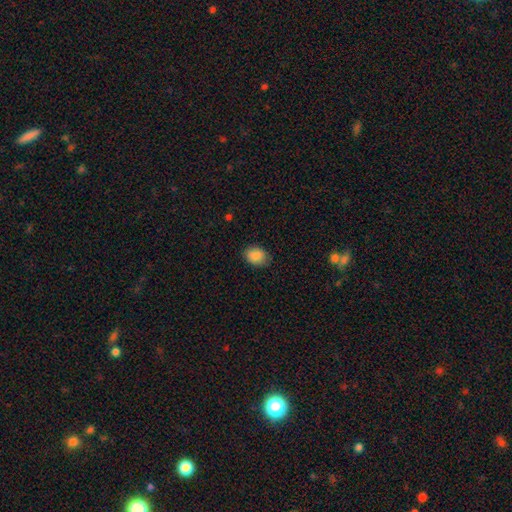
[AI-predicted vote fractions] A smooth galaxy with no disk features (87%) that is in between round and cigar-shaped (65%).

Vote fractions:
- Smooth or featured? smooth: 87% / star or artifact: 8% / featured or disk: 5%
- How rounded? in between: 65% / round: 34% / cigar-shaped: 1%
- Merging? none: 83% / minor disturbance: 13% / major disturbance: 3% / merger: 1%